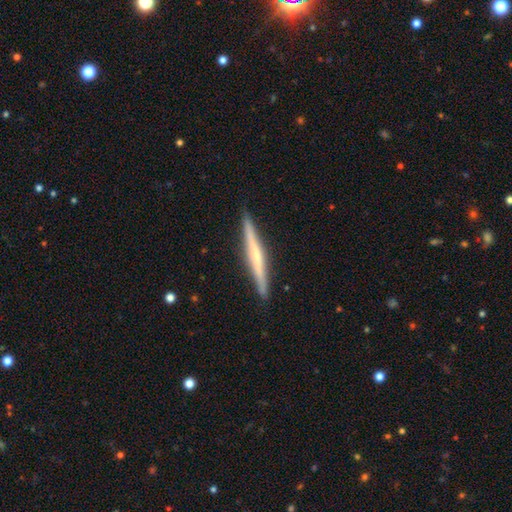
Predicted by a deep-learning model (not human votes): This is likely a featured or disk galaxy (64%). It is clearly viewed edge-on (98%). Edge-on bulge: possibly rounded (47%). Merging: clearly none (91%).